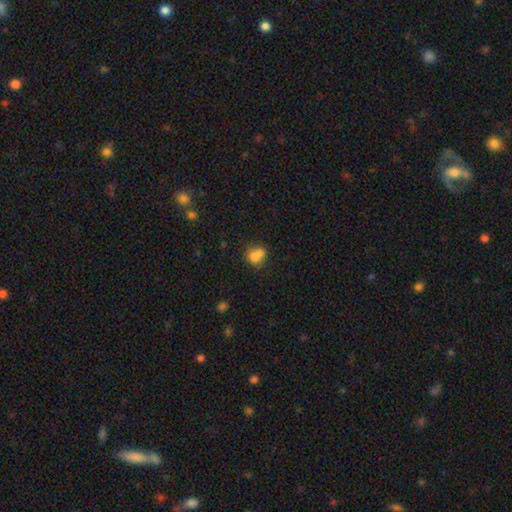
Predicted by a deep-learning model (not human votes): Morphology: type=smooth (72%); roundness=round (69%); merging=merger (51%).